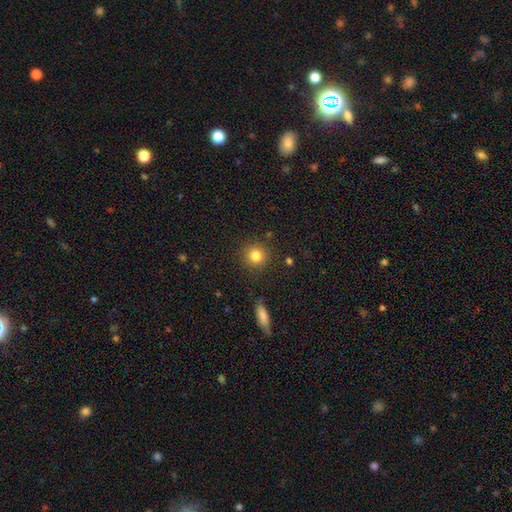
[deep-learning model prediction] smooth 82%, star or artifact 12%, featured or disk 6%. Down the decision tree: how rounded — round (92%); merging — none (88%).